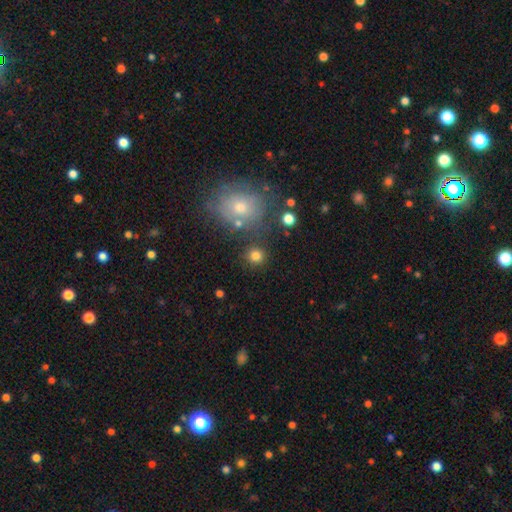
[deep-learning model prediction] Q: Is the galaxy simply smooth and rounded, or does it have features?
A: smooth — 81%.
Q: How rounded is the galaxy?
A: round — 91%.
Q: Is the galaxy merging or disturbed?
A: none — 83%.